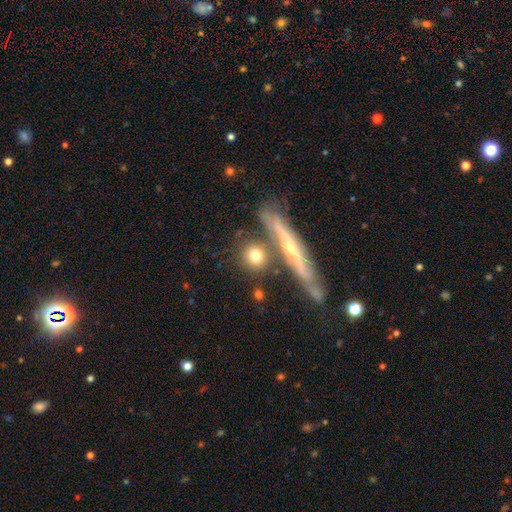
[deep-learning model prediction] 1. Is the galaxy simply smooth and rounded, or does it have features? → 69% smooth, 22% featured or disk, 9% star or artifact.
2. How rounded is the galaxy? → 75% round, 13% in between, 12% cigar-shaped.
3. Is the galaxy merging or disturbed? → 70% none, 14% merger, 12% minor disturbance, 5% major disturbance.